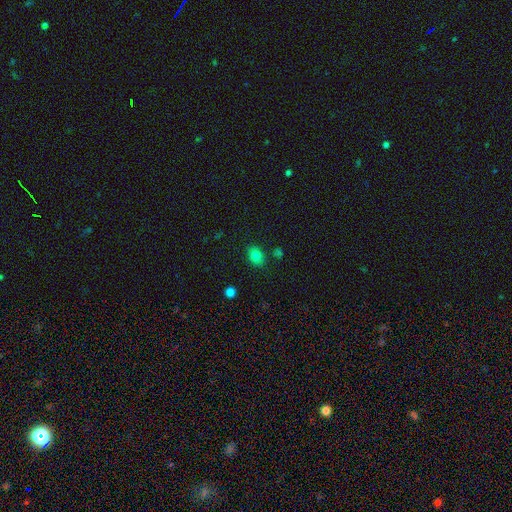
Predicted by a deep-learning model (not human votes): This is clearly a smooth galaxy (81%). How rounded: likely in between (60%). Merging: clearly none (83%).